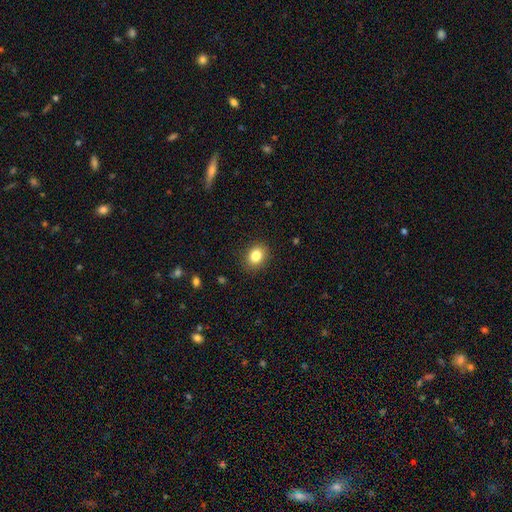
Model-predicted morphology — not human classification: A smooth galaxy with no disk features (84%) that is round (51%).

Vote fractions:
- Smooth or featured? smooth: 84% / star or artifact: 10% / featured or disk: 6%
- How rounded? round: 51% / in between: 48% / cigar-shaped: 1%
- Merging? none: 88% / minor disturbance: 9% / major disturbance: 3% / merger: 1%